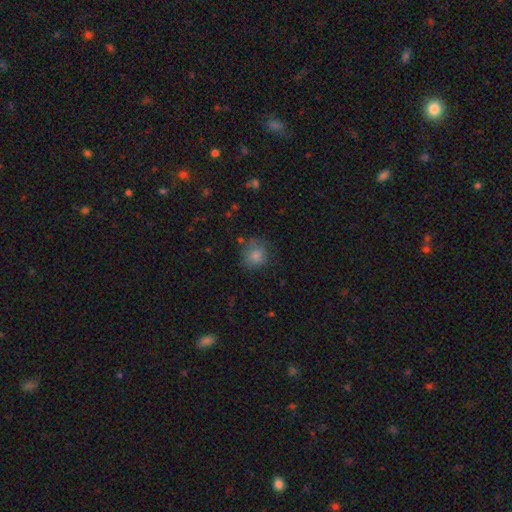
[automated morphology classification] smooth_or_featured: smooth (p=0.79) [alt: star or artifact p=0.13]
how_rounded: round (p=0.83) [alt: in between p=0.16]
merging: none (p=0.73) [alt: minor disturbance p=0.19]